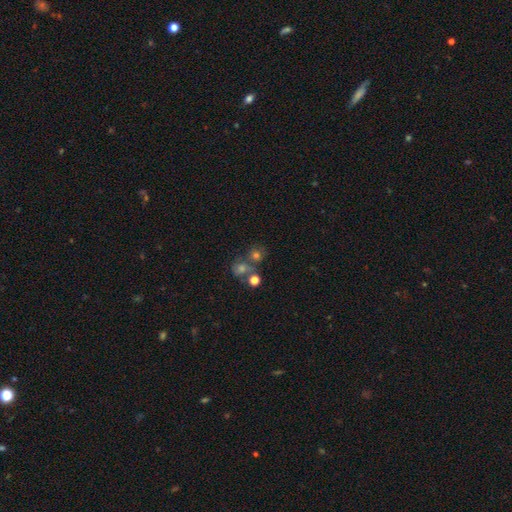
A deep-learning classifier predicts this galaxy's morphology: type=smooth (48%); merging=none (52%).